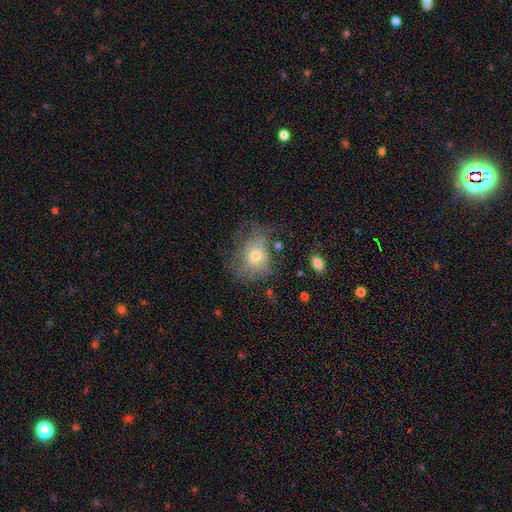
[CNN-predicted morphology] A smooth galaxy with no disk features (54%) that is round (58%).

Vote fractions:
- Smooth or featured? smooth: 54% / featured or disk: 34% / star or artifact: 12%
- How rounded? round: 58% / in between: 41% / cigar-shaped: 1%
- Merging? none: 45% / minor disturbance: 27% / major disturbance: 25% / merger: 3%